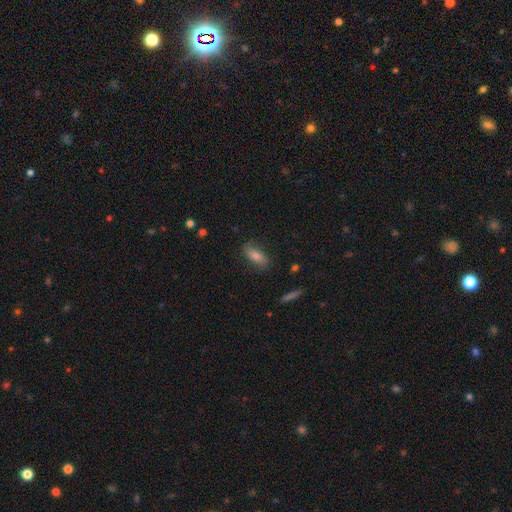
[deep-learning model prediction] Smooth or featured: smooth — 71% (featured or disk — 20%)
How rounded: in between — 72% (cigar-shaped — 24%)
Merging: none — 77% (minor disturbance — 17%)